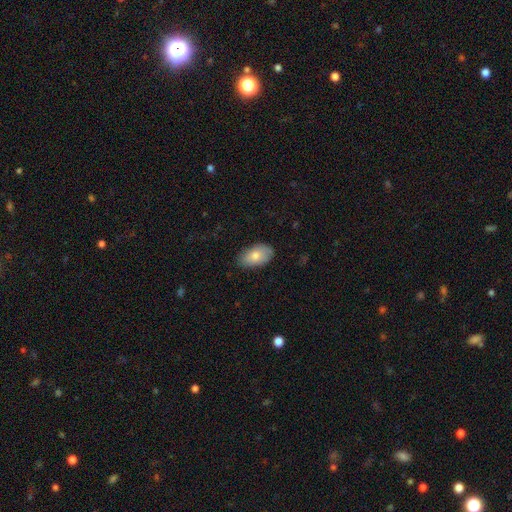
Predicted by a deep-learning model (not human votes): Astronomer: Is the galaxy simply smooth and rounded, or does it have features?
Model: smooth — 78%.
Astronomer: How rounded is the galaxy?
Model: in between — 94%.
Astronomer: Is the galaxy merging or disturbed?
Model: none — 81%.